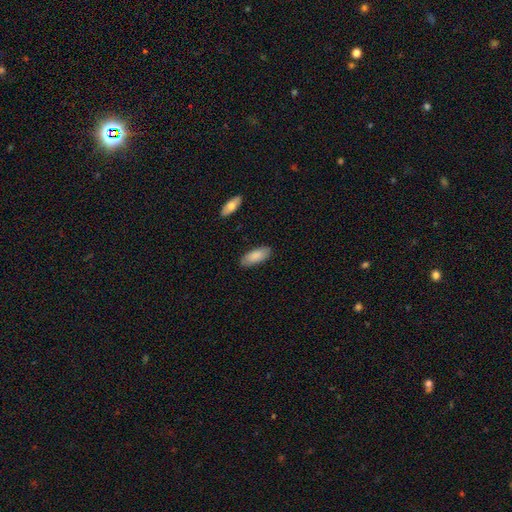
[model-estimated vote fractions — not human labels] smooth-or-featured: smooth: 84% | featured or disk: 10% | star or artifact: 6%
  how-rounded: in between: 82% | cigar-shaped: 16% | round: 2%
  merging: none: 85% | minor disturbance: 12% | major disturbance: 2% | merger: 2%